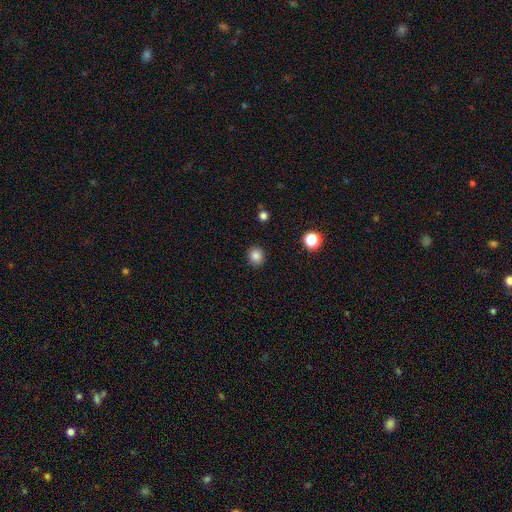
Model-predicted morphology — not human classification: type=smooth (84%); roundness=round (86%); merging=none (91%).